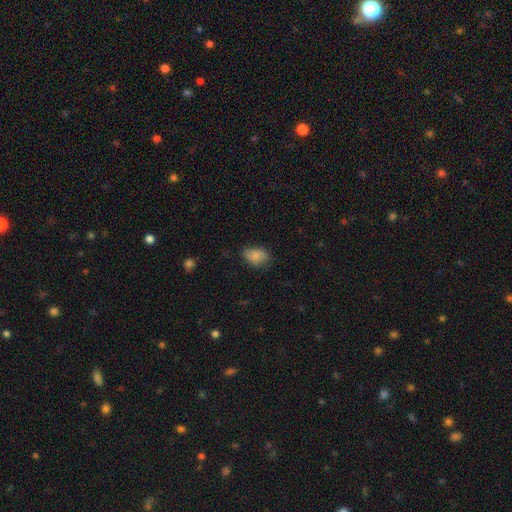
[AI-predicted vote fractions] smooth-or-featured: smooth: 85% | star or artifact: 8% | featured or disk: 7%
  how-rounded: in between: 83% | round: 16% | cigar-shaped: 1%
  merging: none: 67% | minor disturbance: 25% | major disturbance: 6% | merger: 1%